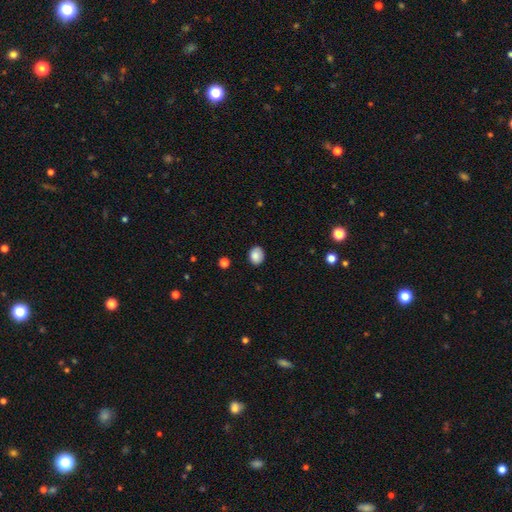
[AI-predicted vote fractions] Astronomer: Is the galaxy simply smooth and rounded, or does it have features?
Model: smooth — 86%.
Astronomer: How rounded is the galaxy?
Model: round — 53% (runner-up: in between, 46%).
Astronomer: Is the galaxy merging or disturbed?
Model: none — 85%.